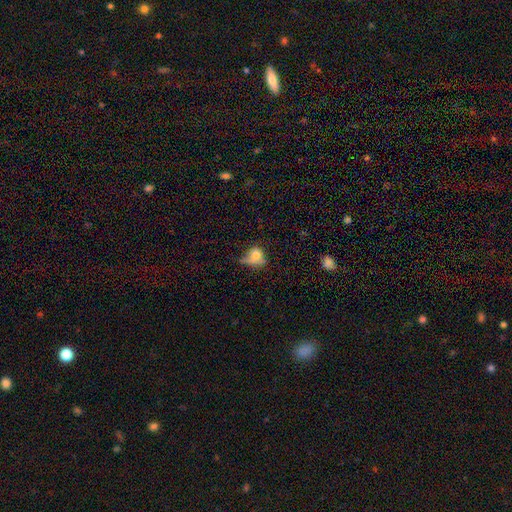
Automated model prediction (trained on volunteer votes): A smooth galaxy with no disk features (70%) that is round (56%). Merging: none (32%, tied with minor disturbance).